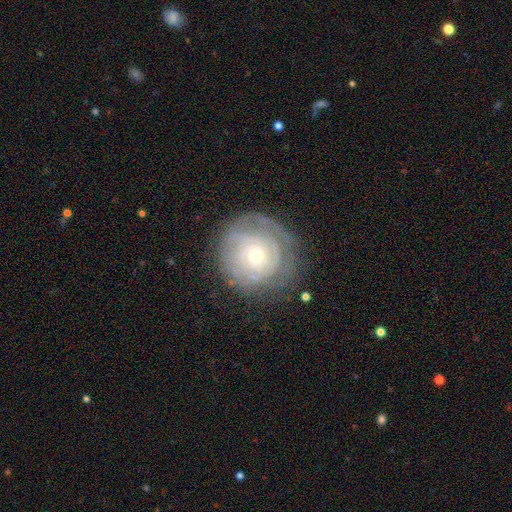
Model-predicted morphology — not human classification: This is likely a featured or disk galaxy (75%). It is clearly not viewed edge-on (97%). Bar: clearly no (82%). Spiral arm pattern: clearly yes (84%). Spiral arm count: possibly can't tell (50%). Spiral winding: likely tight (80%). Central bulge: possibly small (56%). Merging: likely none (74%).